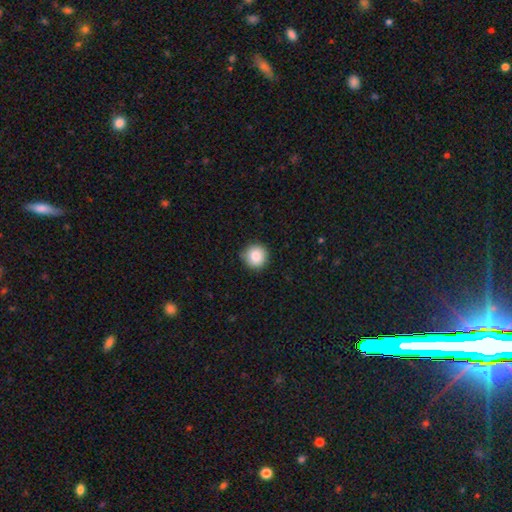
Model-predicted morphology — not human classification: type=smooth (87%); roundness=round (94%); merging=none (89%).